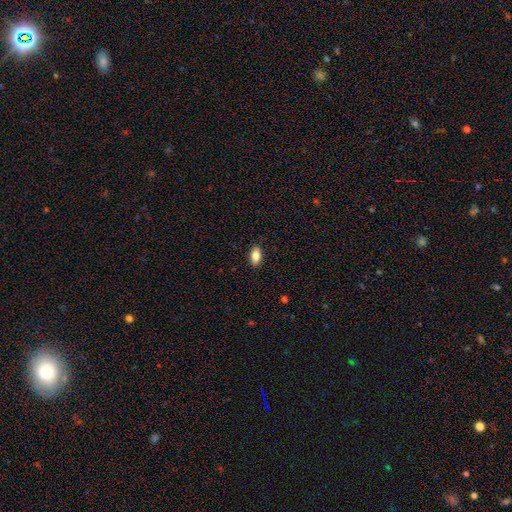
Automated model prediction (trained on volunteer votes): This appears to be a smooth galaxy with no disk features (84%) that is in between round and cigar-shaped (90%). Merging: none (89%).